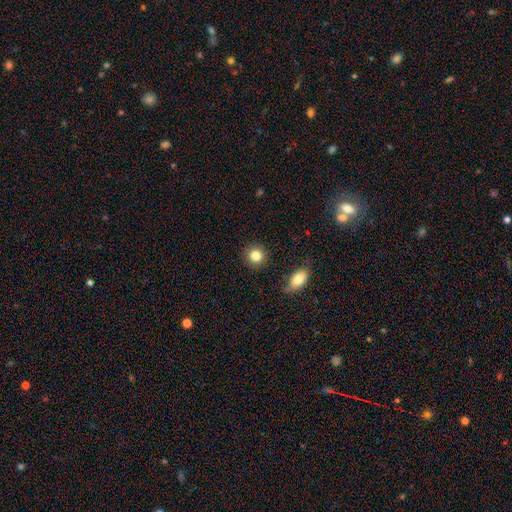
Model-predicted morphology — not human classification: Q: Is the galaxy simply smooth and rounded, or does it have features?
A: smooth — 84%.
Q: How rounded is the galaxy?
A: round — 89%.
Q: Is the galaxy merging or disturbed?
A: none — 89%.